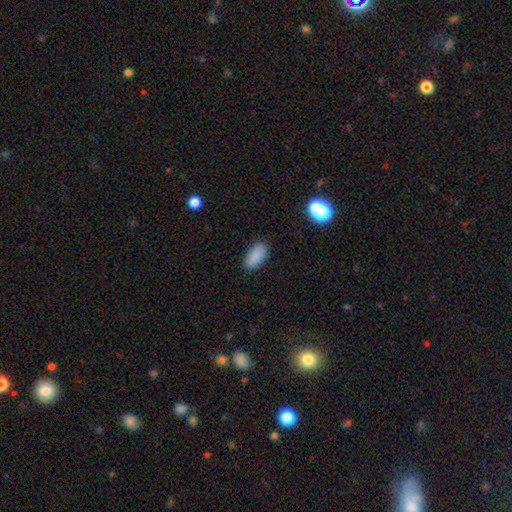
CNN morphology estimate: smooth-or-featured: smooth: 87% | star or artifact: 9% | featured or disk: 4%
  how-rounded: in between: 91% | cigar-shaped: 6% | round: 3%
  merging: none: 85% | minor disturbance: 11% | major disturbance: 3% | merger: 1%